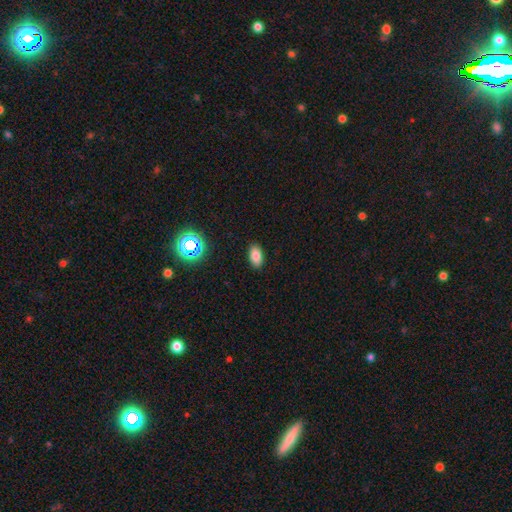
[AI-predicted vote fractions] The model was most divided on "smooth or featured": smooth: 80%, star or artifact: 13%, featured or disk: 7%. More confident: how rounded — in between (92%); merging — none (89%).